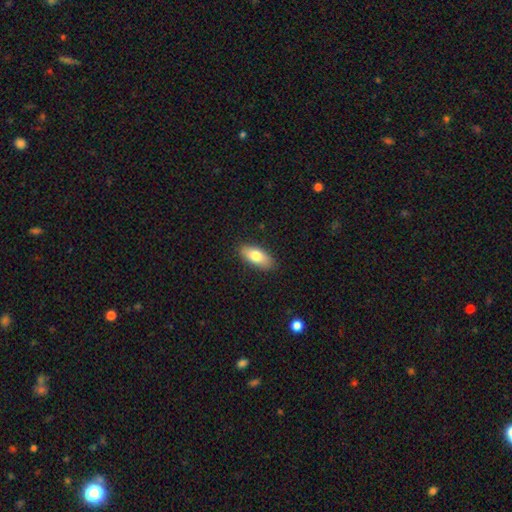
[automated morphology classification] Smooth or featured: smooth — 78% (featured or disk — 15%)
How rounded: in between — 85% (cigar-shaped — 12%)
Merging: none — 88% (minor disturbance — 9%)